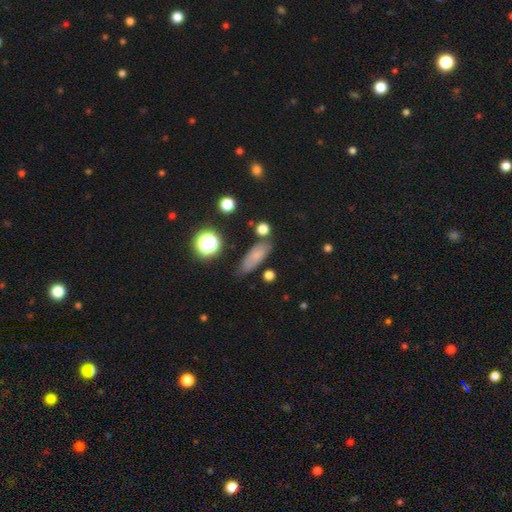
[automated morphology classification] Smooth or featured: smooth — 69% (featured or disk — 17%)
How rounded: in between — 65% (cigar-shaped — 28%)
Merging: none — 70% (minor disturbance — 21%)